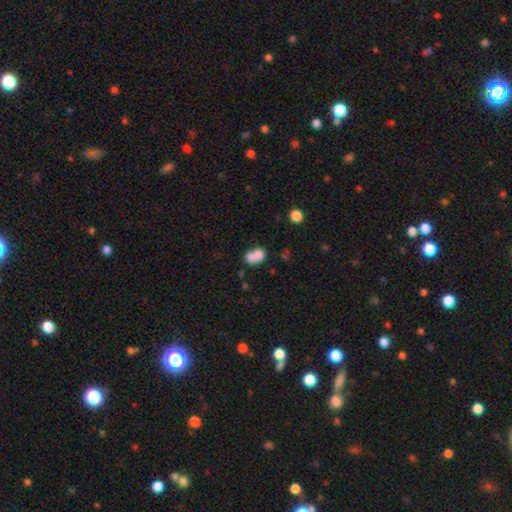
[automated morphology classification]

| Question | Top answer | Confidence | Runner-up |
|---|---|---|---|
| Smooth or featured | smooth | 74% | featured or disk (16%) |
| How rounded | in between | 57% | round (42%) |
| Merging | merger | 60% | none (25%) |